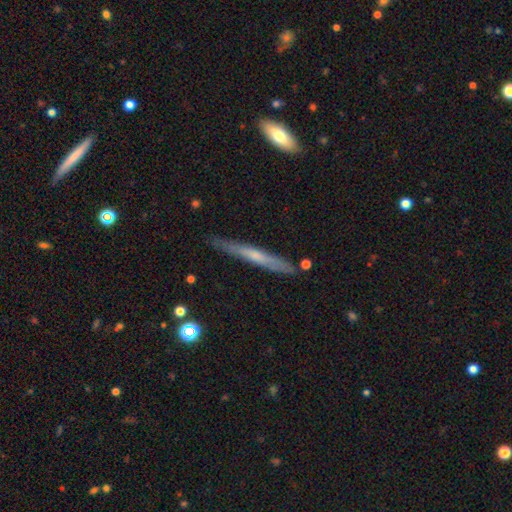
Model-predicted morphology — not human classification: Overall: featured or disk (52%; smooth 41%). Edge-on disk: yes (94%). Merging: none (83%).